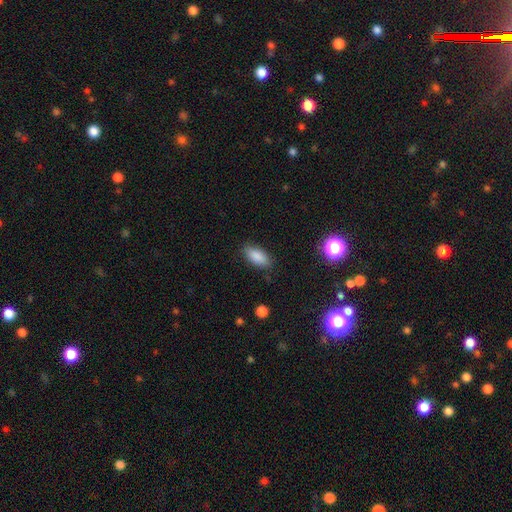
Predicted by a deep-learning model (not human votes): Q: Smooth or featured?
A: smooth (87%); runner-up: star or artifact (8%)
Q: How rounded?
A: in between (86%); runner-up: cigar-shaped (11%)
Q: Merging?
A: none (84%); runner-up: minor disturbance (12%)